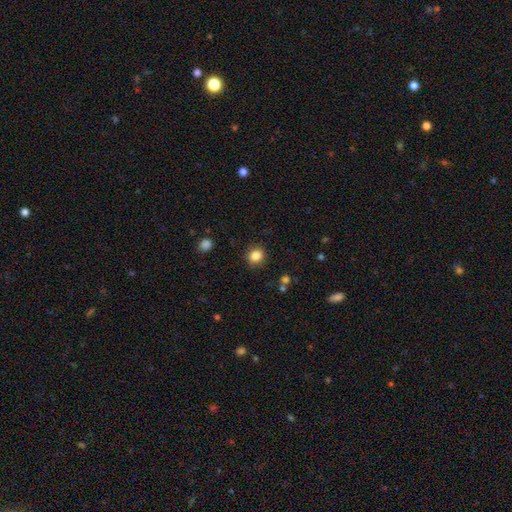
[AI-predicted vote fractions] smooth 85%, star or artifact 11%, featured or disk 4%. Down the decision tree: how rounded — round (80%); merging — none (88%).